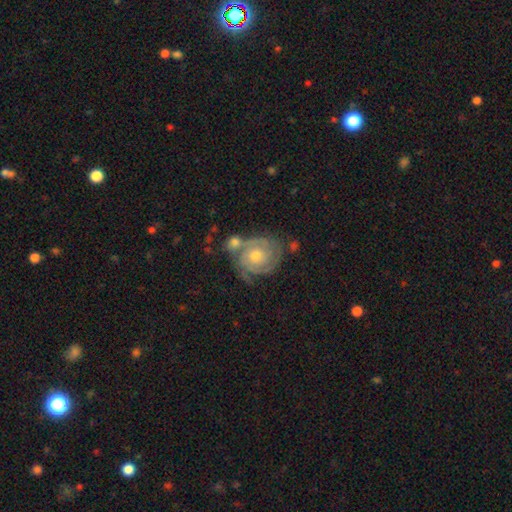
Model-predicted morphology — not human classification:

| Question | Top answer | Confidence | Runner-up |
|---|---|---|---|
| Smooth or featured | featured or disk | 79% | smooth (15%) |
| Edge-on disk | no | 97% | yes (3%) |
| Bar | no | 79% | weak (17%) |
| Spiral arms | yes | 93% | no (7%) |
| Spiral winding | tight | 73% | medium (22%) |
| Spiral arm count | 2 | 40% | can't tell (26%) |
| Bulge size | moderate | 62% | small (33%) |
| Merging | none | 52% | merger (21%) |